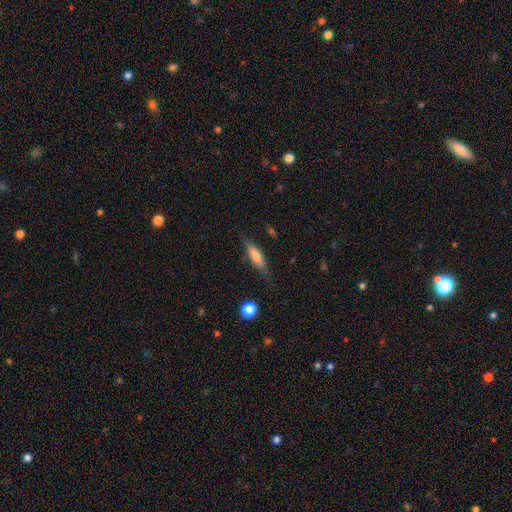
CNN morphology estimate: Q: Smooth or featured?
A: smooth (63%); runner-up: featured or disk (30%)
Q: How rounded?
A: cigar-shaped (68%); runner-up: in between (30%)
Q: Merging?
A: none (76%); runner-up: minor disturbance (17%)